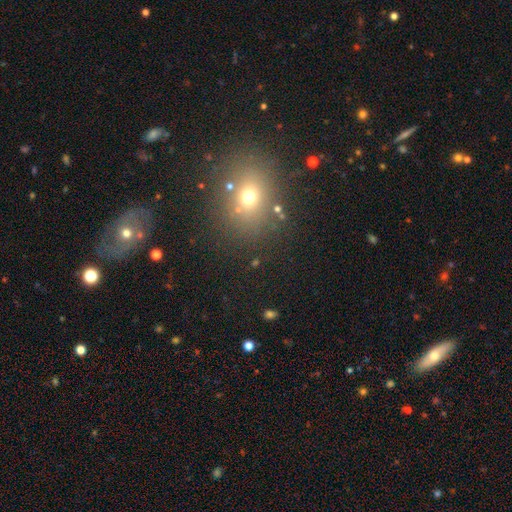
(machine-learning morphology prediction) Smooth or featured? Predicted: smooth (p=0.50). Merging? Predicted: none (p=0.80).